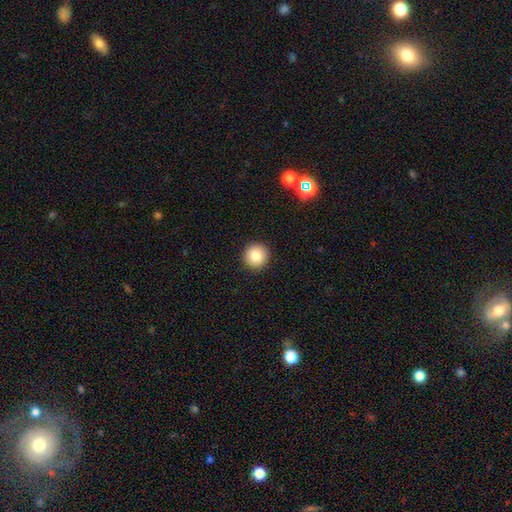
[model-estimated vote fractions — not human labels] Smooth or featured?
  - smooth: 84% *
  - star or artifact: 10%
  - featured or disk: 6%
How rounded?
  - round: 95% *
  - in between: 4%
  - cigar-shaped: 1%
Merging?
  - none: 93% *
  - minor disturbance: 5%
  - major disturbance: 2%
  - merger: 1%